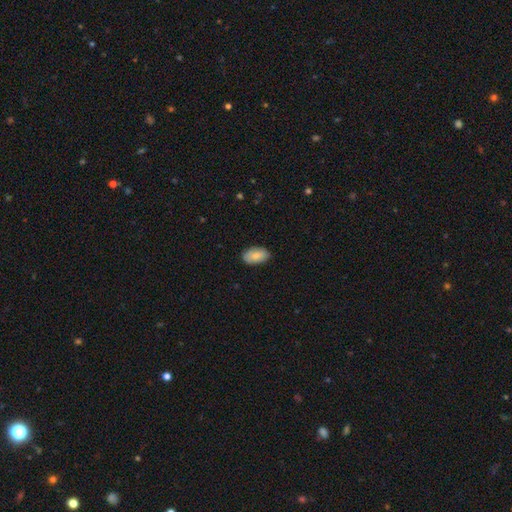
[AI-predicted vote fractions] Q: Smooth or featured?
A: smooth (79%); runner-up: featured or disk (15%)
Q: How rounded?
A: in between (93%); runner-up: round (5%)
Q: Merging?
A: none (84%); runner-up: minor disturbance (13%)